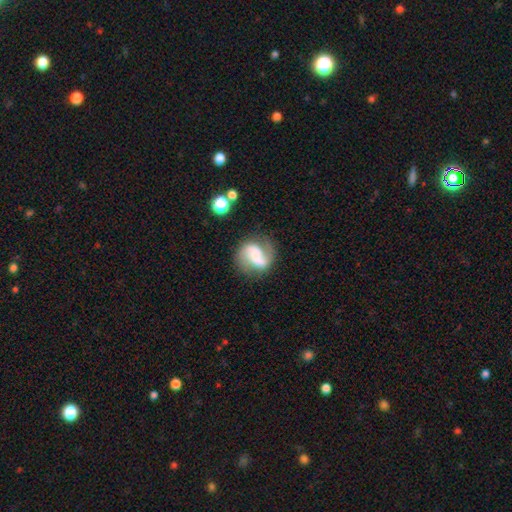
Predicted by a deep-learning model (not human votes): featured or disk 70%, smooth 22%, star or artifact 8%. Down the decision tree: edge-on disk — no (98%); bar — weak (40%); spiral arms — yes (92%); spiral arm count — 2 (84%); spiral winding — loose (46%); bulge size — none (36%); merging — none (63%).